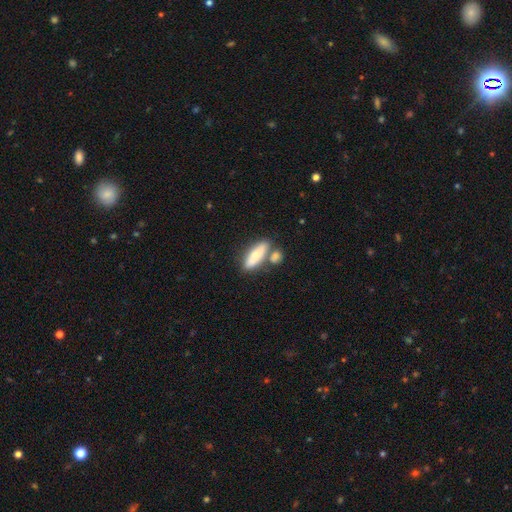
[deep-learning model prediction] Overall: smooth (71%). How rounded: in between (54%; cigar-shaped 43%). Merging: none (56%; merger 27%).